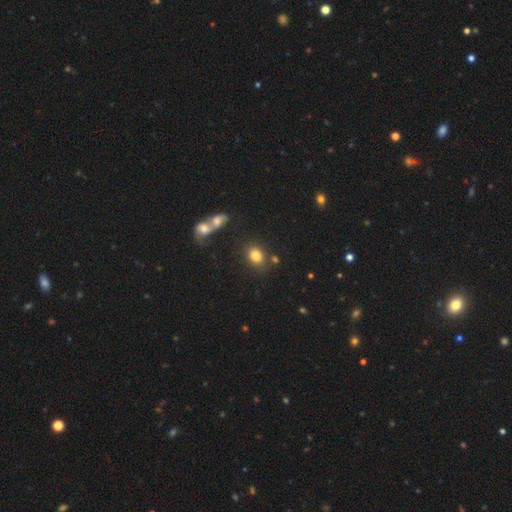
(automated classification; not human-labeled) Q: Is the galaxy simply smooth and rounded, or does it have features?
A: smooth — 81%.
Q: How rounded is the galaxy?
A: in between — 59%.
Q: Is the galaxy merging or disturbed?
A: none — 73%.